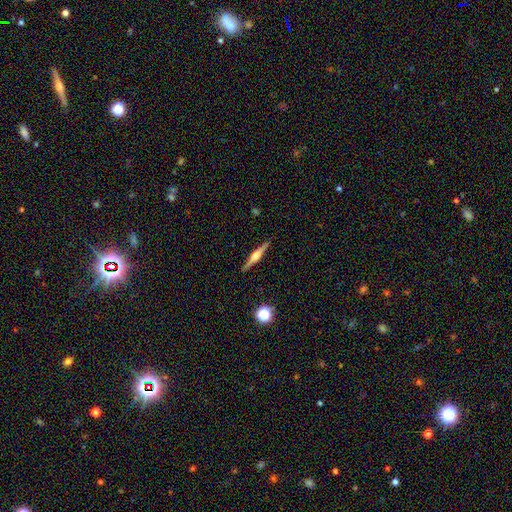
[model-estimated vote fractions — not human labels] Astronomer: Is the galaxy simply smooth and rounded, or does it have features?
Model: featured or disk — 75%.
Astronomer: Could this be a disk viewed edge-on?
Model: yes — 98%.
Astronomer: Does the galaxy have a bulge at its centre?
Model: rounded — 85%.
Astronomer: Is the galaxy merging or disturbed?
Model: none — 91%.